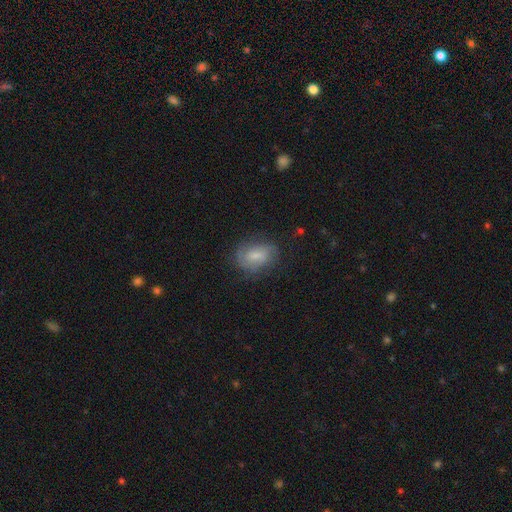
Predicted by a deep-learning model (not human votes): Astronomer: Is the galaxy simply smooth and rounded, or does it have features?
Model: smooth — 55% (runner-up: featured or disk, 37%).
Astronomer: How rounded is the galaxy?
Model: in between — 77%.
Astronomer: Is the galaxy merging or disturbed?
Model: none — 66%.